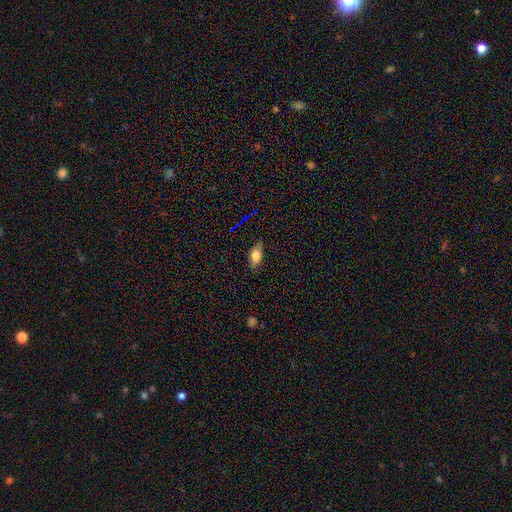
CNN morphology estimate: Smooth or featured? smooth (72%)
How rounded? in between (83%)
Merging? none (83%)